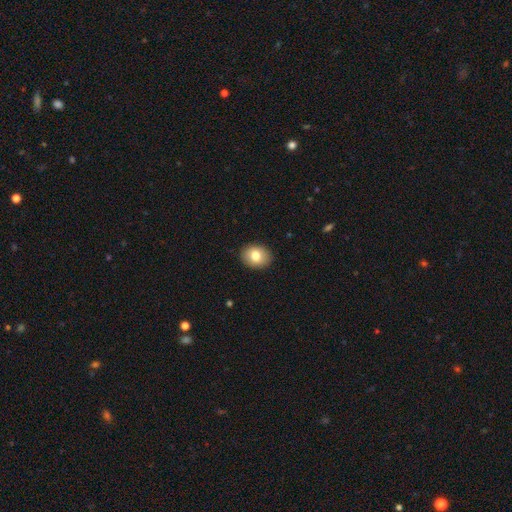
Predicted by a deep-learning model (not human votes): A smooth galaxy with no disk features (80%) that is in between round and cigar-shaped (50%).

Vote fractions:
- Smooth or featured? smooth: 80% / featured or disk: 11% / star or artifact: 8%
- How rounded? in between: 50% / round: 49% / cigar-shaped: 1%
- Merging? none: 91% / minor disturbance: 7% / major disturbance: 2% / merger: 1%